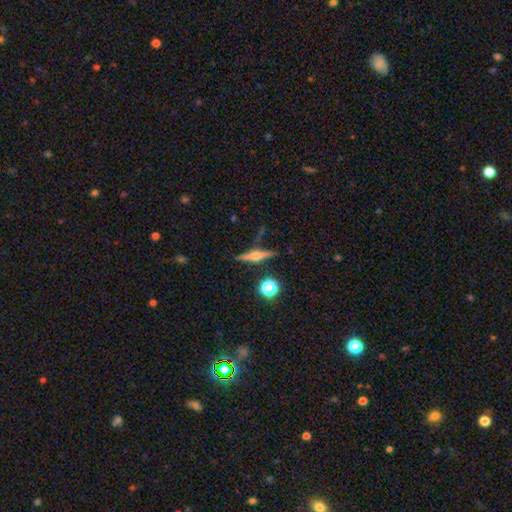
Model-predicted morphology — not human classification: Smooth or featured?
  - featured or disk: 69% *
  - smooth: 21%
  - star or artifact: 10%
Edge-on disk?
  - yes: 96% *
  - no: 4%
Edge-on bulge?
  - rounded: 87% *
  - boxy: 8%
  - none: 4%
Merging?
  - none: 85% *
  - minor disturbance: 10%
  - merger: 3%
  - major disturbance: 3%